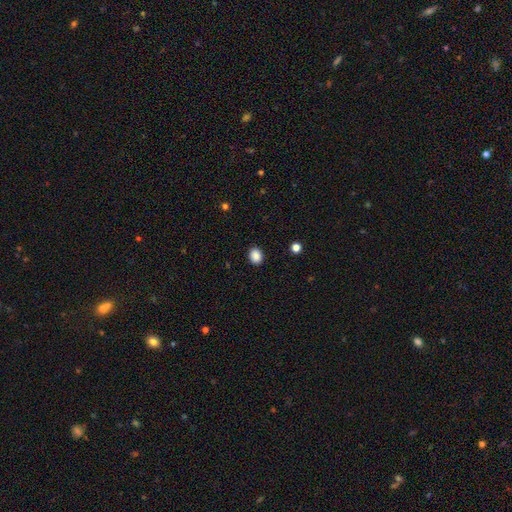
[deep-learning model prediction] This is clearly a smooth galaxy (88%). How rounded: possibly in between (51%). Merging: clearly none (91%).